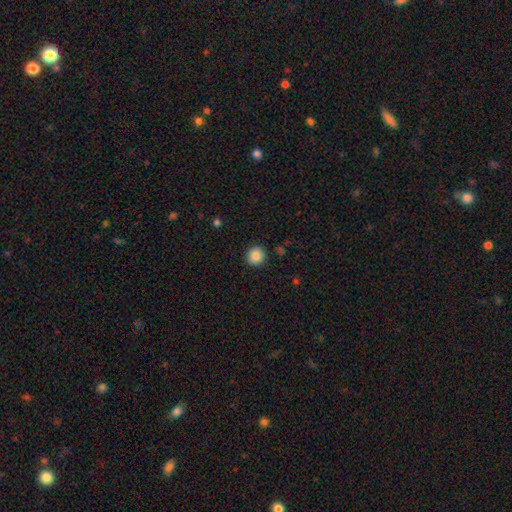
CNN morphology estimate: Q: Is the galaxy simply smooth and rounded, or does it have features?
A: smooth — 87%.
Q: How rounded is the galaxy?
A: round — 92%.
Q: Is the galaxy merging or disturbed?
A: none — 91%.